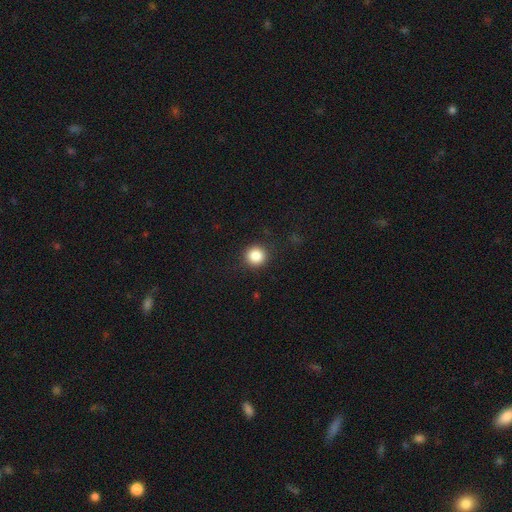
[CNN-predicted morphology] This is clearly a smooth galaxy (86%). How rounded: clearly round (94%). Merging: clearly none (91%).